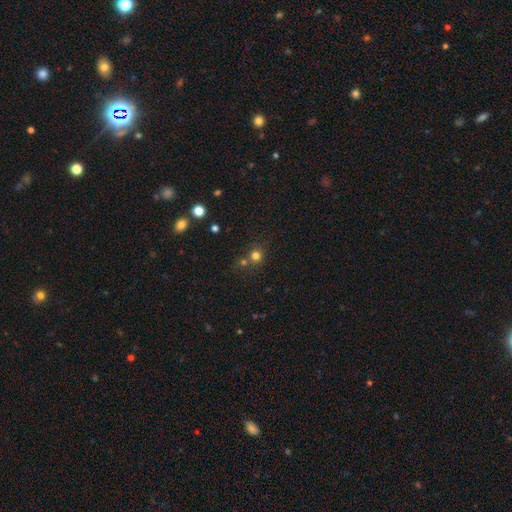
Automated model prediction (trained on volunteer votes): smooth 74%, star or artifact 19%, featured or disk 7%. Down the decision tree: how rounded — round (89%); merging — none (63%).